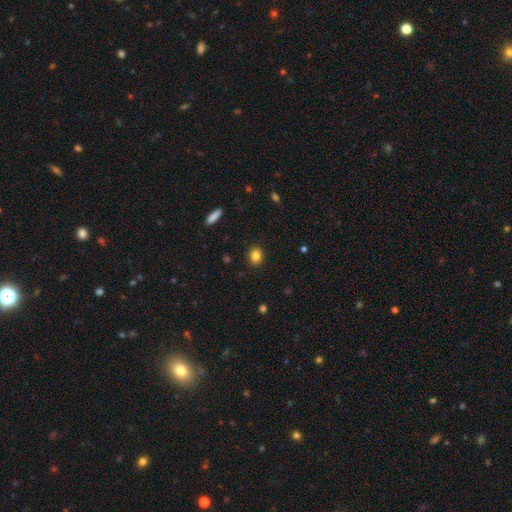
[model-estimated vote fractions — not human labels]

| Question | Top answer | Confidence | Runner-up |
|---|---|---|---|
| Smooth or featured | smooth | 84% | star or artifact (10%) |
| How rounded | round | 56% | in between (42%) |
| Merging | none | 89% | minor disturbance (8%) |